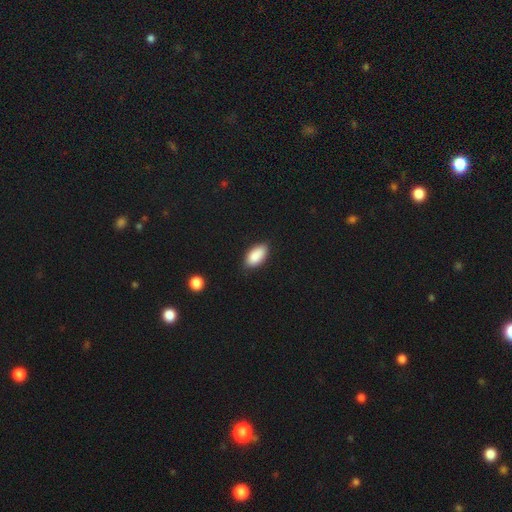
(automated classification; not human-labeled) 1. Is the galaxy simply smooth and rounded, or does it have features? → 89% smooth, 7% star or artifact, 5% featured or disk.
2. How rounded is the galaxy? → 94% in between, 3% cigar-shaped, 3% round.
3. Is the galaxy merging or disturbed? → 83% none, 14% minor disturbance, 2% major disturbance, 1% merger.